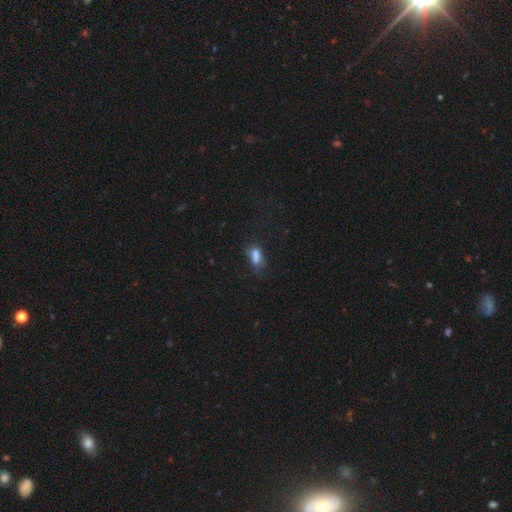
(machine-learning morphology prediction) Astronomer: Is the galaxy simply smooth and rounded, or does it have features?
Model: smooth — 73%.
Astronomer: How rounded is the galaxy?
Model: in between — 77%.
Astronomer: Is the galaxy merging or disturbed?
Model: none — 42% (runner-up: minor disturbance, 27%).